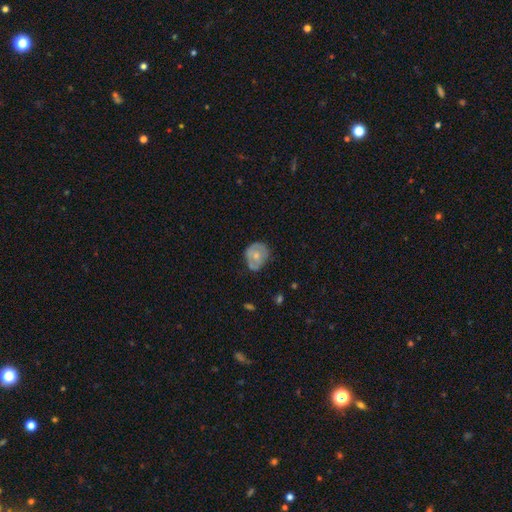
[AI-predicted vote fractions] Smooth or featured?
  - smooth: 48% *
  - featured or disk: 45%
  - star or artifact: 7%
Merging?
  - none: 52% *
  - minor disturbance: 34%
  - major disturbance: 11%
  - merger: 3%